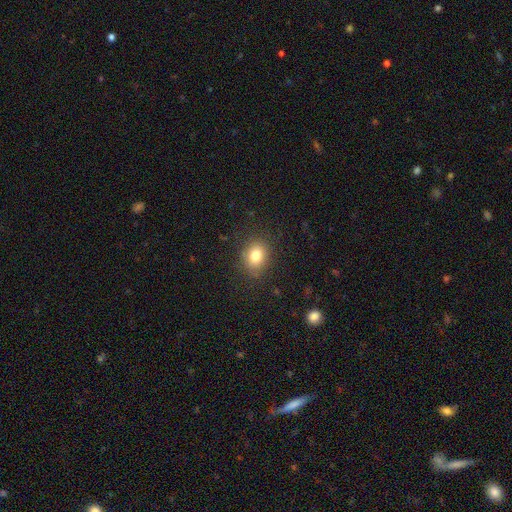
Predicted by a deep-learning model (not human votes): A smooth galaxy with no disk features (80%) that is round (53%). Merging: none (85%).